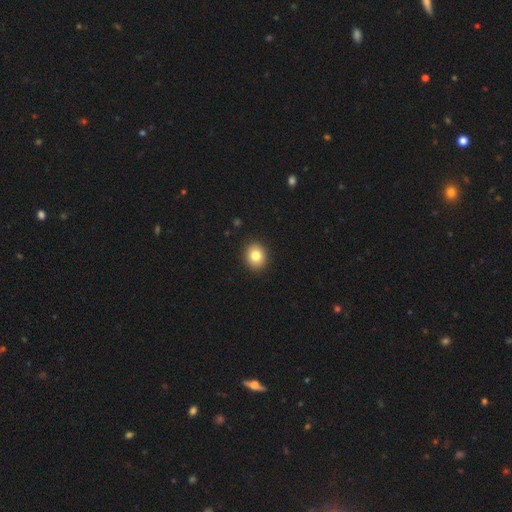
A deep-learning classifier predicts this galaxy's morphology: smooth 81%, star or artifact 10%, featured or disk 9%. Down the decision tree: how rounded — round (70%); merging — none (91%).